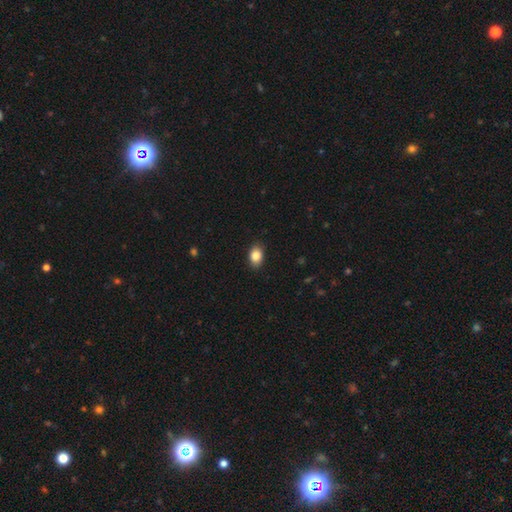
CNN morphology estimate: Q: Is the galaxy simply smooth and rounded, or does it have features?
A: smooth — 87%.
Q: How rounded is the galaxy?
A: in between — 83%.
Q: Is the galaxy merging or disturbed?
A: none — 87%.